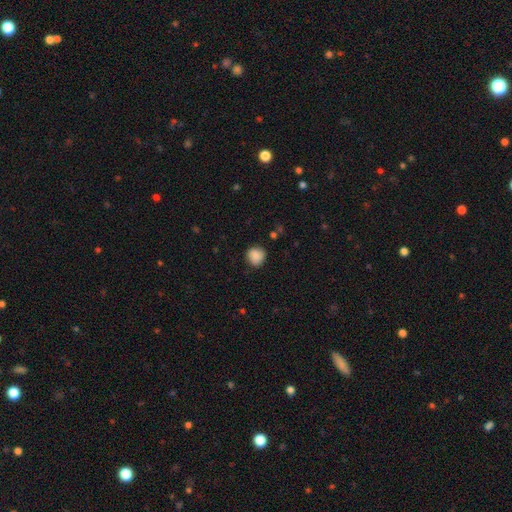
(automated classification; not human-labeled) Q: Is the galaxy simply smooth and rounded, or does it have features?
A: smooth — 86%.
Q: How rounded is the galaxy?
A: round — 87%.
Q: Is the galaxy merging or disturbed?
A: none — 81%.